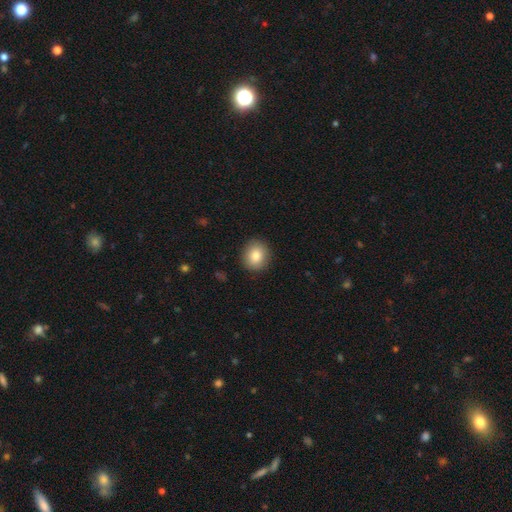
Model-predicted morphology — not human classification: type=smooth (84%); roundness=round (76%); merging=none (90%).